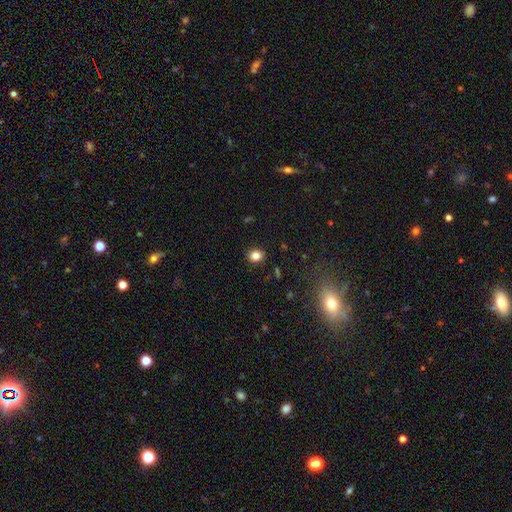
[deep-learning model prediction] Smooth or featured? smooth (82%)
How rounded? round (59%)
Merging? none (89%)